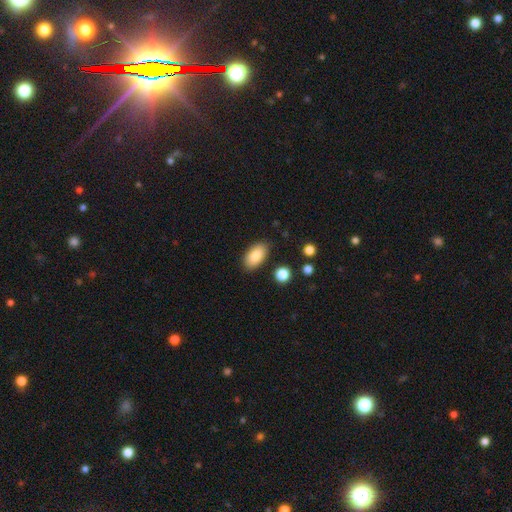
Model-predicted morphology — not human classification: Smooth or featured: smooth — 84% (featured or disk — 9%)
How rounded: in between — 93% (round — 4%)
Merging: none — 86% (minor disturbance — 10%)